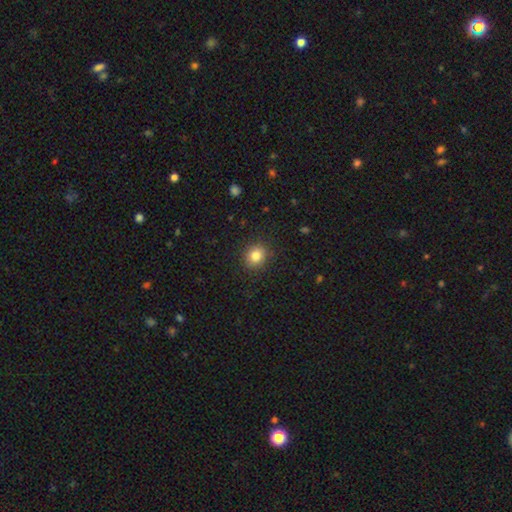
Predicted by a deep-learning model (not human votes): Smooth or featured?
  - smooth: 83% *
  - star or artifact: 11%
  - featured or disk: 6%
How rounded?
  - round: 80% *
  - in between: 19%
  - cigar-shaped: 1%
Merging?
  - none: 89% *
  - minor disturbance: 7%
  - major disturbance: 2%
  - merger: 1%